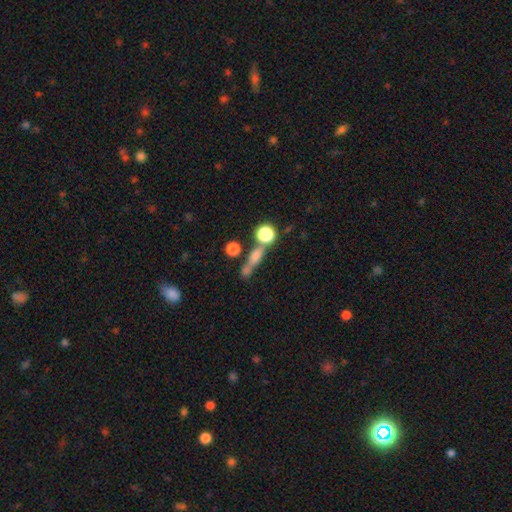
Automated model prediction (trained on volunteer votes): The model was most divided on "how rounded": cigar-shaped: 38%, round: 35%, in between: 26%. Remaining: smooth or featured — smooth (63%); merging — none (49%).